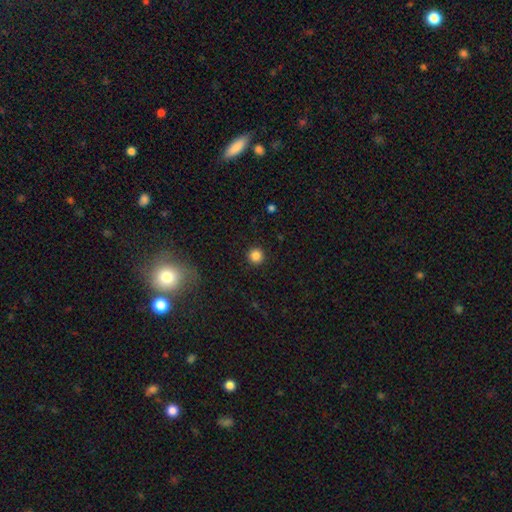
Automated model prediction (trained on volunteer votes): This is clearly a smooth galaxy (86%). How rounded: clearly round (96%). Merging: clearly none (93%).